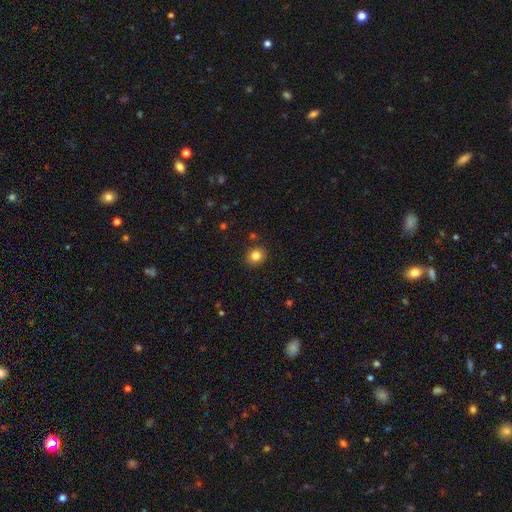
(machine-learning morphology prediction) Overall: smooth (82%). How rounded: round (78%). Merging: none (88%).